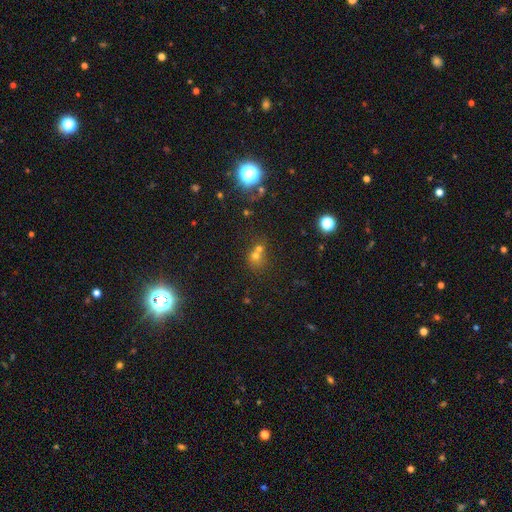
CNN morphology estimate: The model was most divided on "merging": none: 51%, merger: 38%, minor disturbance: 7%, major disturbance: 3%. More confident: how rounded — round (80%); smooth or featured — smooth (52%).